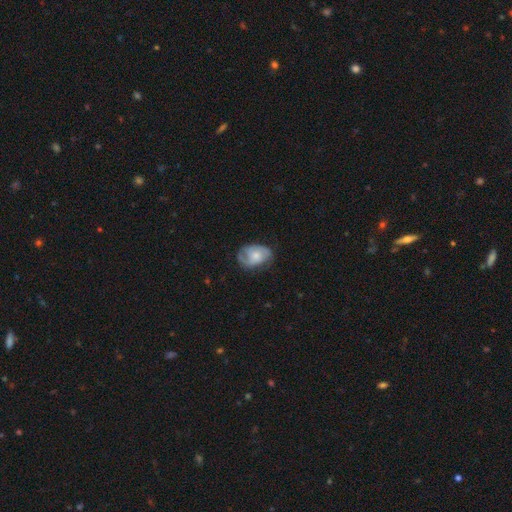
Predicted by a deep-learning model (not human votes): This appears to be a featured or disk galaxy (60%) with no bar (72%), spiral arms (85%) and a moderate central bulge (43%). Merging: none (59%).